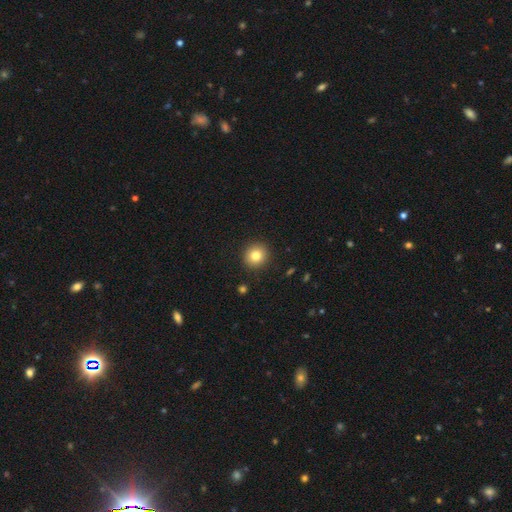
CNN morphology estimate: The model was most divided on "smooth or featured": smooth: 82%, star or artifact: 10%, featured or disk: 8%. More confident: merging — none (92%); how rounded — round (91%).